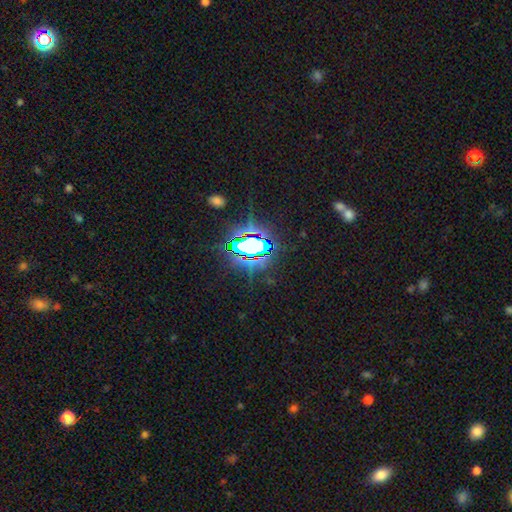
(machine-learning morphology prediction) Smooth or featured? star or artifact (74%)